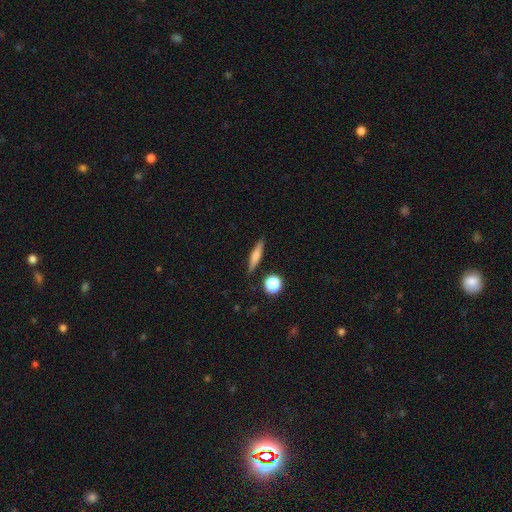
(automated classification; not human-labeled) A smooth galaxy with no disk features (61%) that is cigar-shaped (80%). Merging: none (87%).